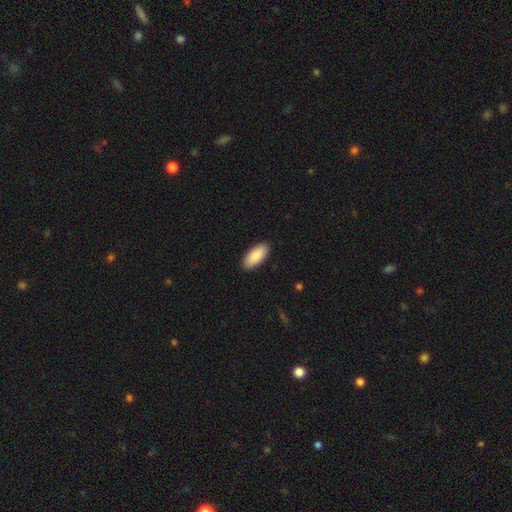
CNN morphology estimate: Smooth or featured?
  - smooth: 89% *
  - star or artifact: 5%
  - featured or disk: 5%
How rounded?
  - in between: 90% *
  - cigar-shaped: 8%
  - round: 2%
Merging?
  - none: 90% *
  - minor disturbance: 8%
  - major disturbance: 2%
  - merger: 1%